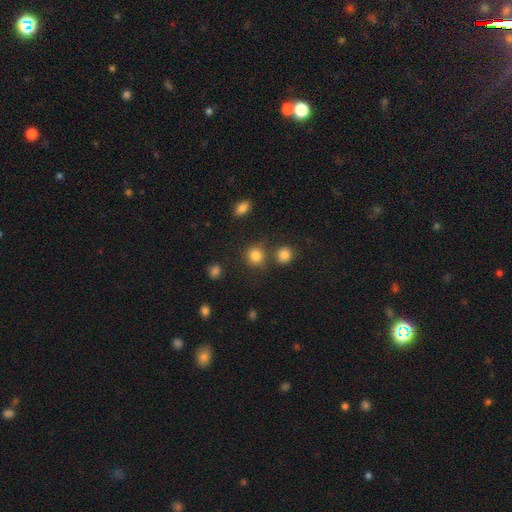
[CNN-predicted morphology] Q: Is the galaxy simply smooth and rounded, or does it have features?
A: smooth — 83%.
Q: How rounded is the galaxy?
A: round — 88%.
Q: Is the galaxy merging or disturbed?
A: none — 74%.